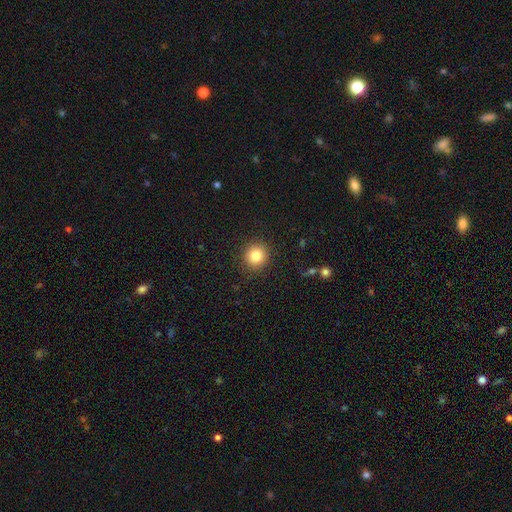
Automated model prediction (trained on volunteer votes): Morphology: type=smooth (82%); roundness=round (91%); merging=none (90%).